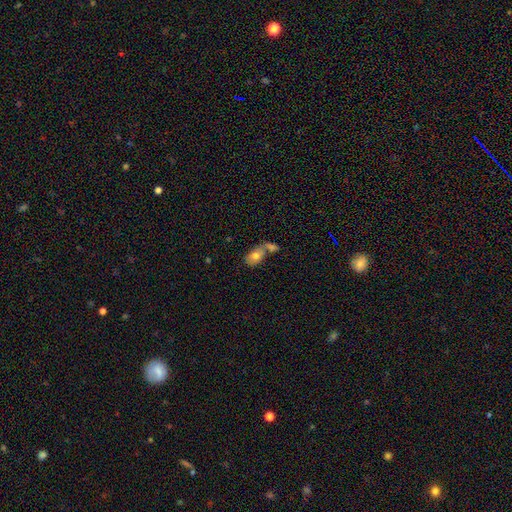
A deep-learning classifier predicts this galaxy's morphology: Smooth or featured? Predicted: smooth (p=0.73). How rounded? Predicted: in between (p=0.86). Merging? Predicted: merger (p=0.50).